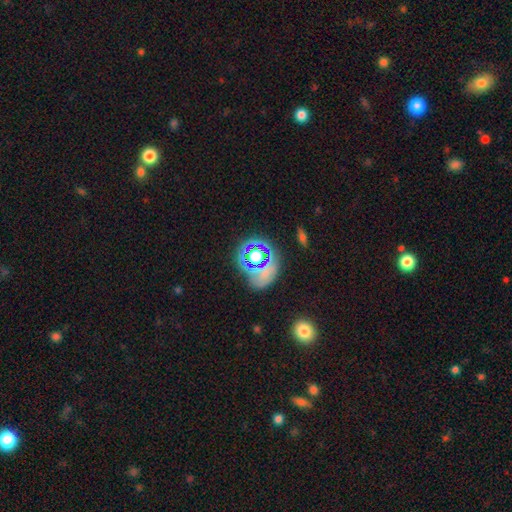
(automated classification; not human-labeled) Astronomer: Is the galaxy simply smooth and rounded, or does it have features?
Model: star or artifact — 50% (runner-up: smooth, 32%).